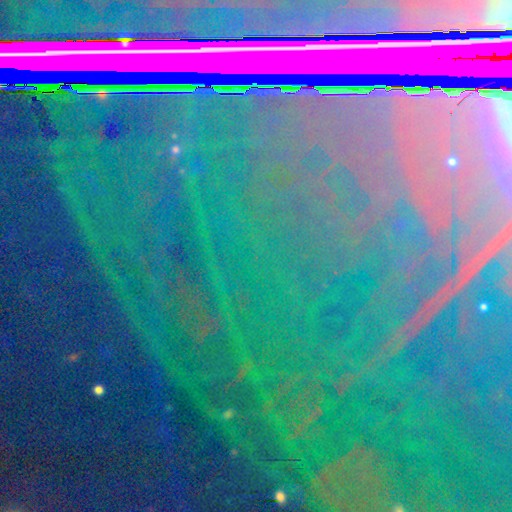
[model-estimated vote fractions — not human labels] This appears to be a star or artifact, not a galaxy (86%).